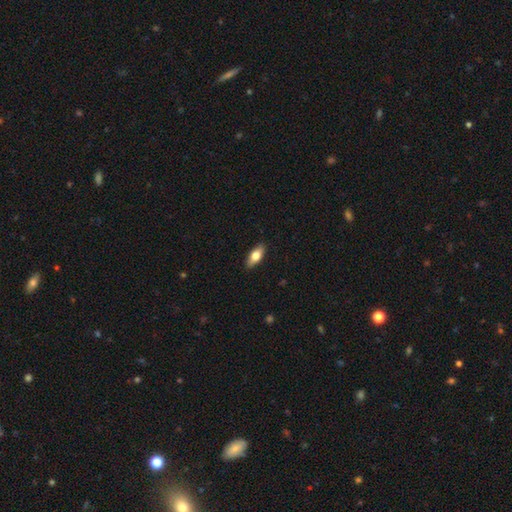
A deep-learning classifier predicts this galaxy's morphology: smooth_or_featured: smooth (p=0.68) [alt: featured or disk p=0.26]
how_rounded: in between (p=0.75) [alt: cigar-shaped p=0.22]
merging: none (p=0.88) [alt: minor disturbance p=0.09]